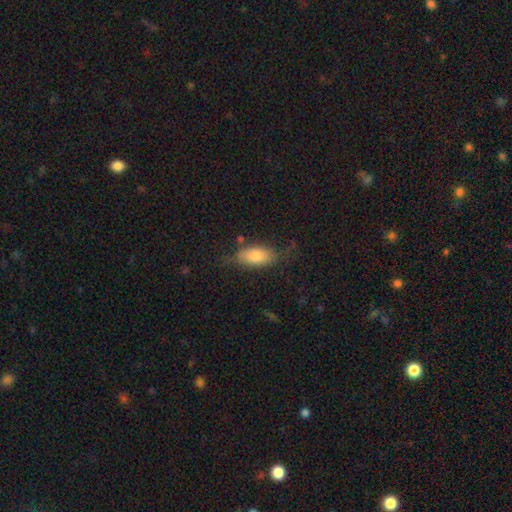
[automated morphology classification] Q: Smooth or featured?
A: smooth (77%); runner-up: featured or disk (17%)
Q: How rounded?
A: in between (85%); runner-up: cigar-shaped (12%)
Q: Merging?
A: none (60%); runner-up: minor disturbance (26%)